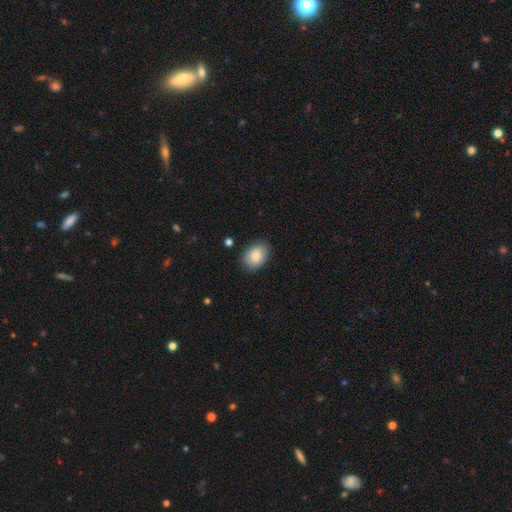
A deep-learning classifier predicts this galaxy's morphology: smooth_or_featured: smooth (p=0.81) [alt: featured or disk p=0.11]
how_rounded: in between (p=0.75) [alt: round p=0.24]
merging: none (p=0.85) [alt: minor disturbance p=0.11]